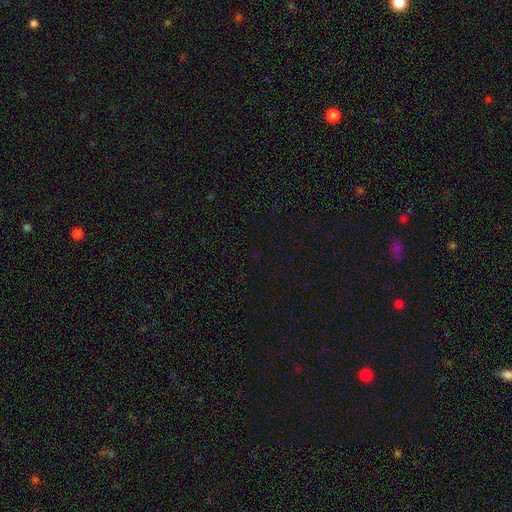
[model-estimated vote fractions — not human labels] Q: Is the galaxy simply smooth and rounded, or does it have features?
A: star or artifact — 71%.